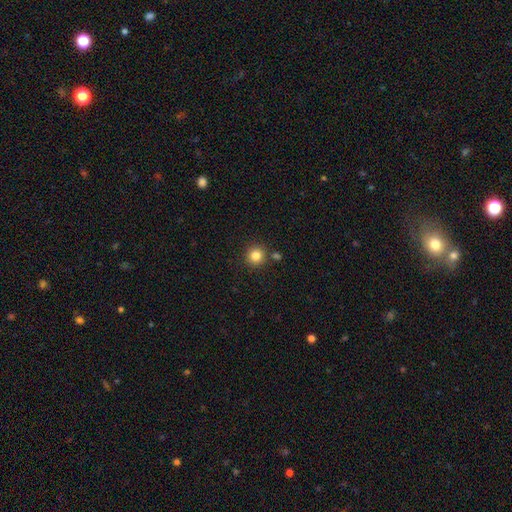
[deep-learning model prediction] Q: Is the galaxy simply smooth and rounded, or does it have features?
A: smooth — 83%.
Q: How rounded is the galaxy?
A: round — 93%.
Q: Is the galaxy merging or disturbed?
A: none — 84%.